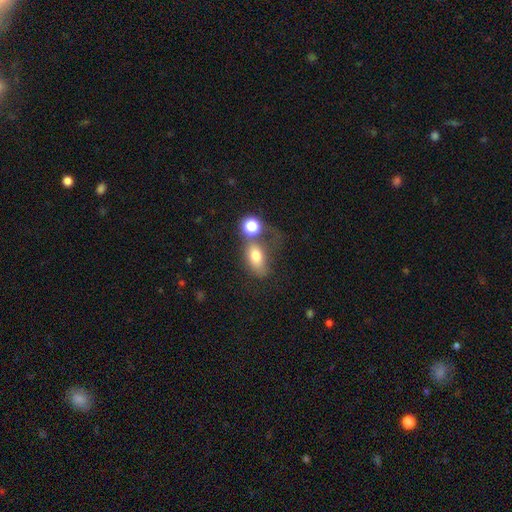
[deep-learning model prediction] Q: Smooth or featured?
A: smooth (73%); runner-up: featured or disk (16%)
Q: How rounded?
A: in between (79%); runner-up: round (17%)
Q: Merging?
A: merger (35%); runner-up: none (30%)